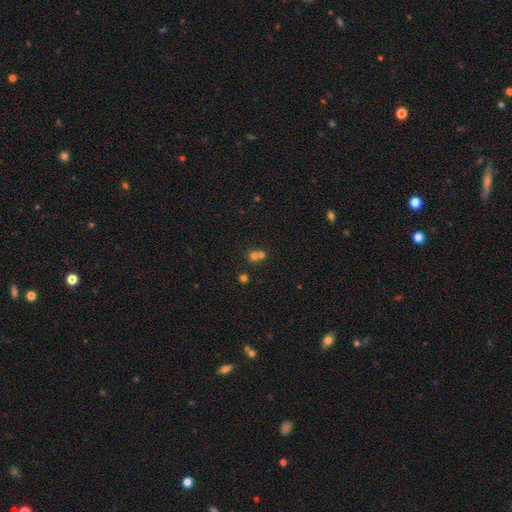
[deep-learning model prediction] smooth_or_featured: smooth (p=0.66) [alt: star or artifact p=0.20]
how_rounded: round (p=0.85) [alt: in between p=0.14]
merging: merger (p=0.53) [alt: none p=0.40]